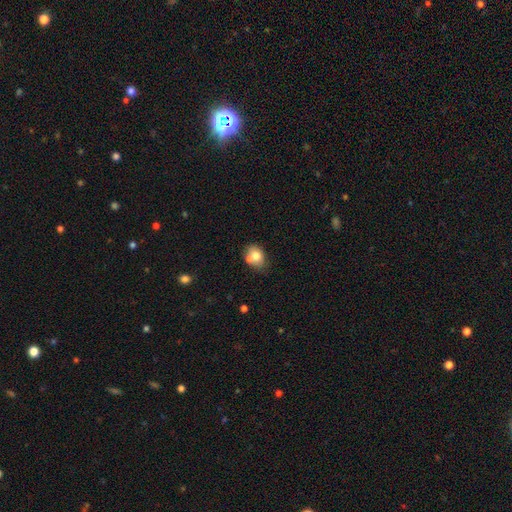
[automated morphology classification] Overall: smooth (74%). How rounded: in between (58%; round 41%). Merging: none (50%; merger 28%).